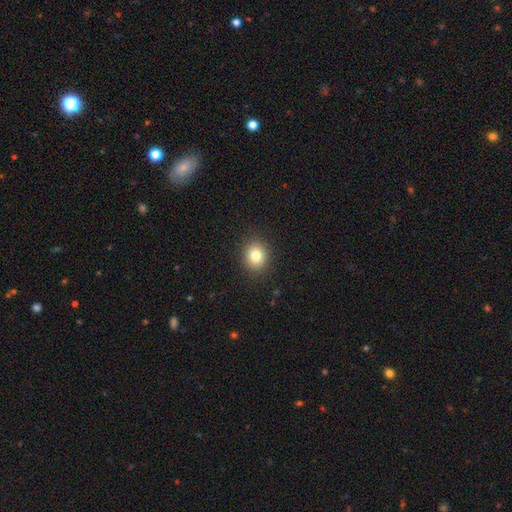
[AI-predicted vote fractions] A smooth galaxy with no disk features (82%) that is round (69%). Merging: none (90%).